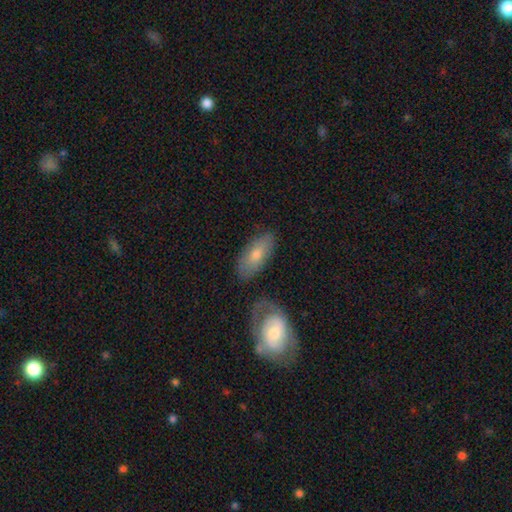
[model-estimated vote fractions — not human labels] Morphology: type=smooth (64%); roundness=in between (83%); merging=none (69%).